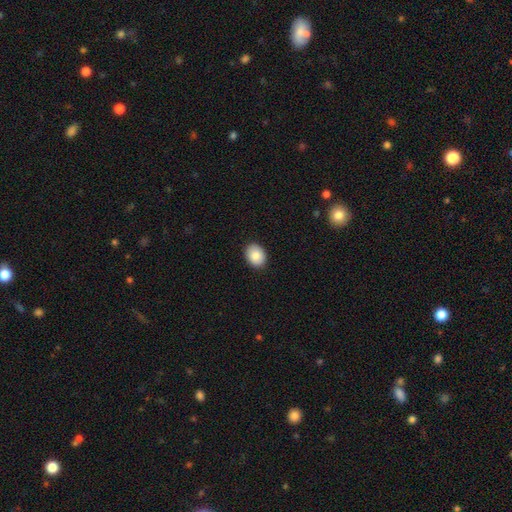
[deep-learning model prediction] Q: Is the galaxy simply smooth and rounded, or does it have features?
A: smooth — 86%.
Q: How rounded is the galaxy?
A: in between — 63%.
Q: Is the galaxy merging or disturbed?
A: none — 91%.